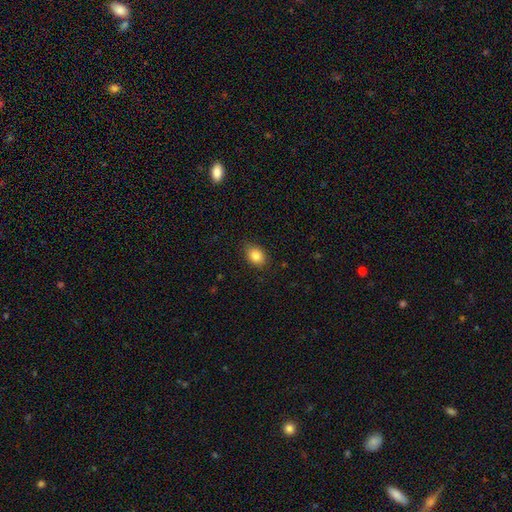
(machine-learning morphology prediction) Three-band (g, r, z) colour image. It shows a smooth galaxy with no disk features (85%) that is in between round and cigar-shaped (69%). Merging: none (84%).